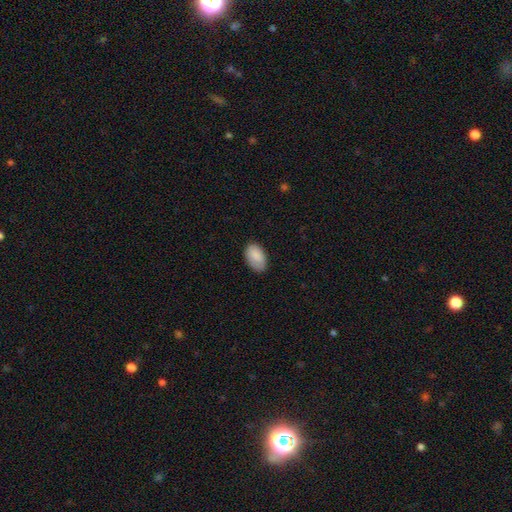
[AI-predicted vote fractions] Morphology: type=smooth (88%); roundness=in between (93%); merging=none (77%).